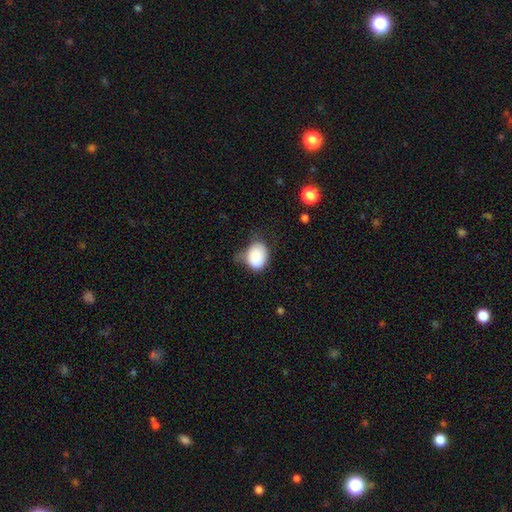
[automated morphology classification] Smooth or featured?
  - smooth: 83% *
  - featured or disk: 9%
  - star or artifact: 8%
How rounded?
  - in between: 61% *
  - round: 38%
  - cigar-shaped: 1%
Merging?
  - minor disturbance: 41% * (tied)
  - none: 41% * (tied)
  - major disturbance: 15%
  - merger: 4%